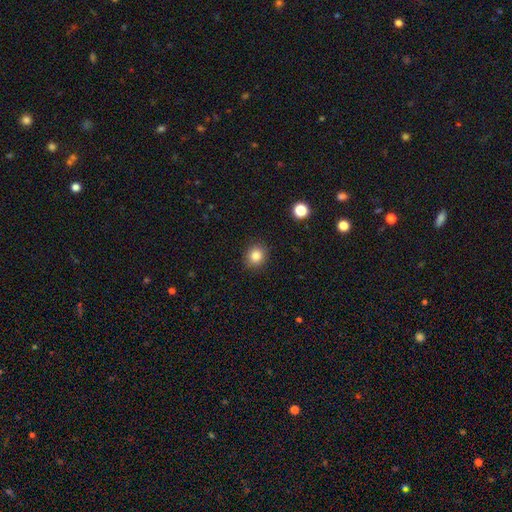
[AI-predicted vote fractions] Q: Smooth or featured?
A: smooth (84%); runner-up: star or artifact (11%)
Q: How rounded?
A: round (79%); runner-up: in between (20%)
Q: Merging?
A: none (90%); runner-up: minor disturbance (7%)